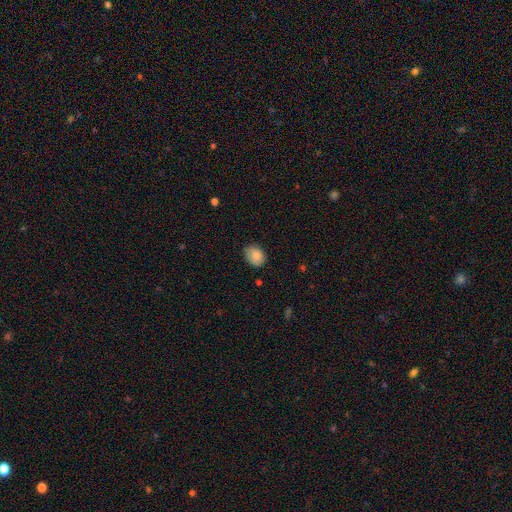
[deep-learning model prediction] This is clearly a smooth galaxy (85%). How rounded: likely in between (62%). Merging: likely none (77%).